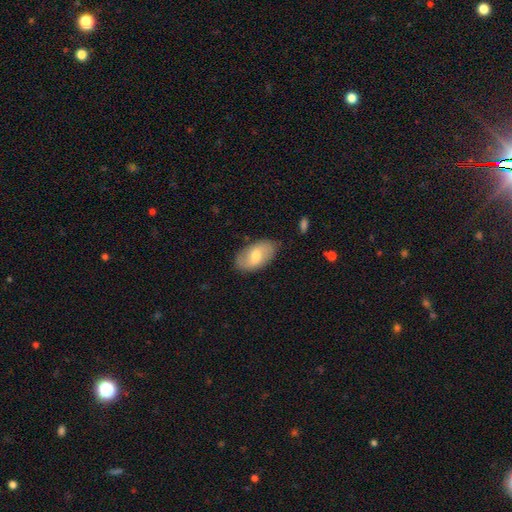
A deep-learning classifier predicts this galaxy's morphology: The model was most divided on "smooth or featured": smooth: 57%, featured or disk: 37%, star or artifact: 6%. More confident: how rounded — in between (94%); merging — none (79%).